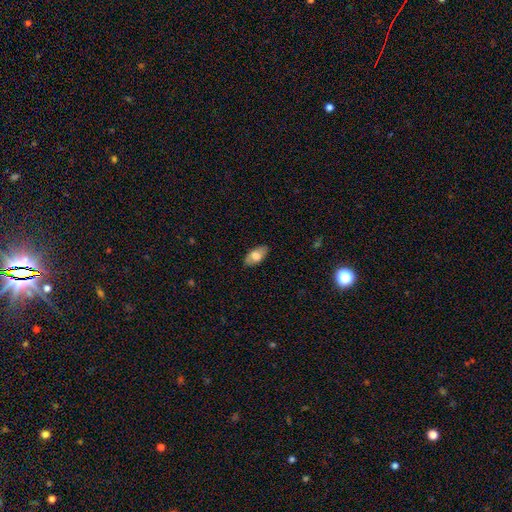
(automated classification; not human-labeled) Smooth or featured? Predicted: smooth (p=0.71). How rounded? Predicted: in between (p=0.91). Merging? Predicted: none (p=0.83).